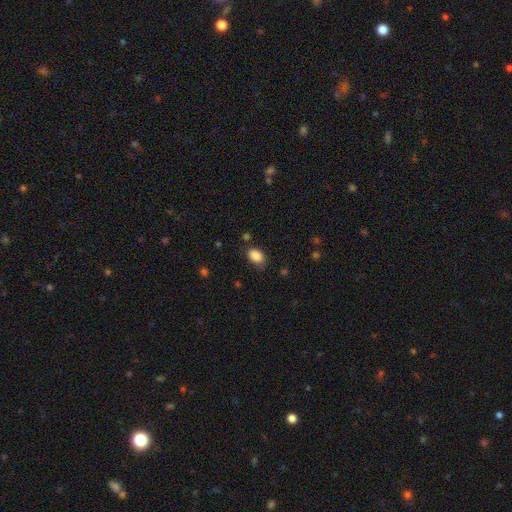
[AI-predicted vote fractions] smooth-or-featured: smooth: 87% | star or artifact: 8% | featured or disk: 5%
  how-rounded: in between: 83% | round: 15% | cigar-shaped: 1%
  merging: none: 73% | minor disturbance: 21% | major disturbance: 5% | merger: 2%